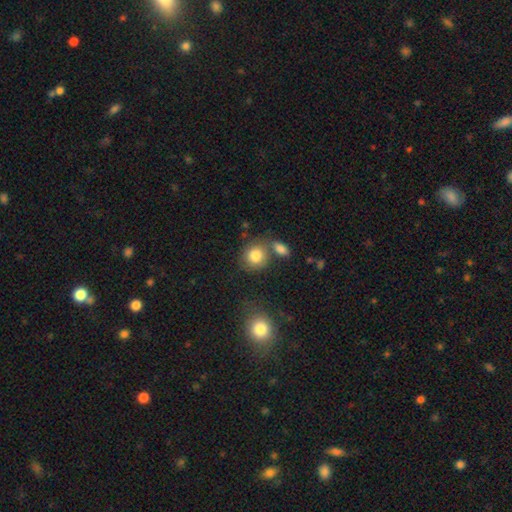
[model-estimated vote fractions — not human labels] Q: Smooth or featured?
A: smooth (84%); runner-up: star or artifact (9%)
Q: How rounded?
A: round (78%); runner-up: in between (21%)
Q: Merging?
A: none (59%); runner-up: merger (23%)